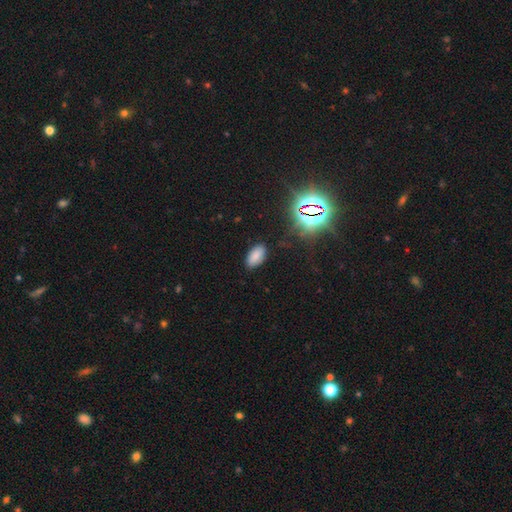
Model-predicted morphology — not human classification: Q: Smooth or featured?
A: smooth (78%); runner-up: star or artifact (16%)
Q: How rounded?
A: in between (94%); runner-up: cigar-shaped (3%)
Q: Merging?
A: none (85%); runner-up: minor disturbance (11%)